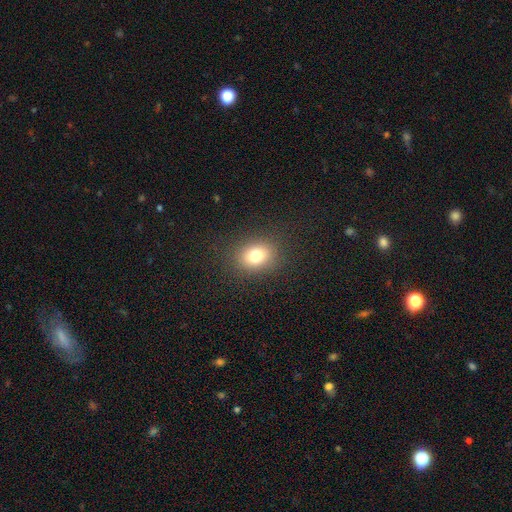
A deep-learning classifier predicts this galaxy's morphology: smooth 77%, star or artifact 13%, featured or disk 10%. Down the decision tree: how rounded — in between (53%); merging — none (87%).